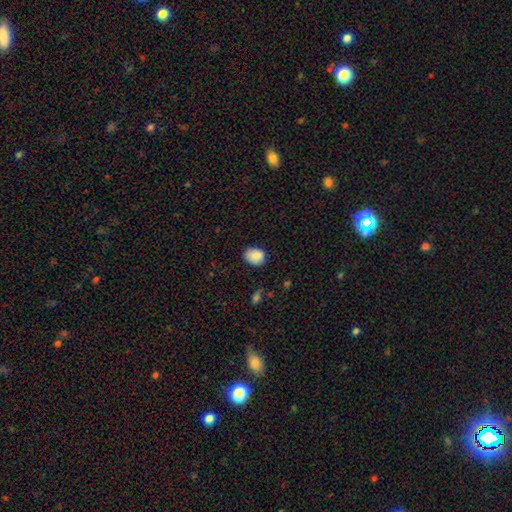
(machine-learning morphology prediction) A smooth galaxy with no disk features (87%) that is in between round and cigar-shaped (61%).

Vote fractions:
- Smooth or featured? smooth: 87% / star or artifact: 8% / featured or disk: 5%
- How rounded? in between: 61% / round: 38% / cigar-shaped: 1%
- Merging? none: 74% / minor disturbance: 21% / major disturbance: 4% / merger: 1%